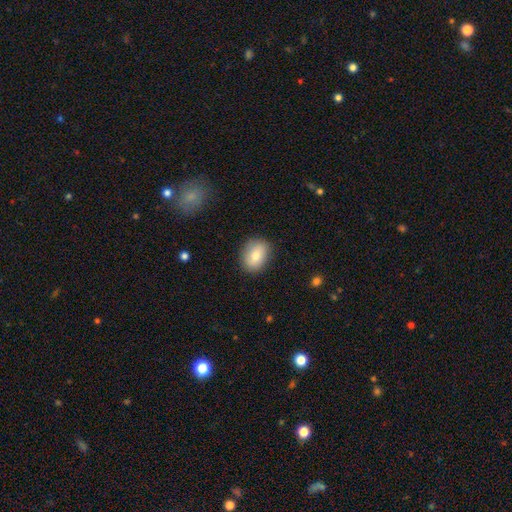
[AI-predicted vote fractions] A smooth galaxy with no disk features (78%) that is in between round and cigar-shaped (63%).

Vote fractions:
- Smooth or featured? smooth: 78% / featured or disk: 15% / star or artifact: 7%
- How rounded? in between: 63% / round: 36% / cigar-shaped: 1%
- Merging? none: 85% / minor disturbance: 11% / major disturbance: 3% / merger: 1%